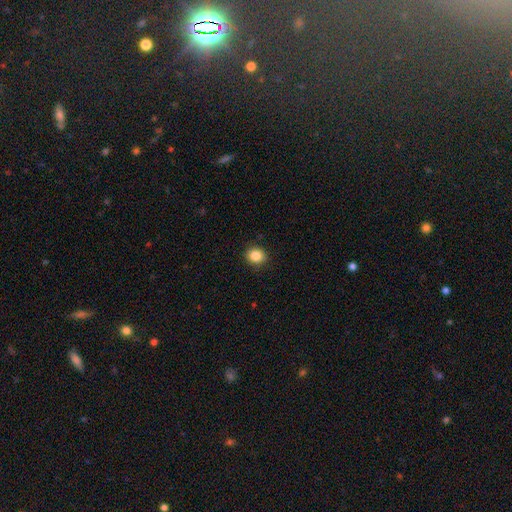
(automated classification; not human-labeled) This appears to be a smooth galaxy with no disk features (87%) that is round (70%). Merging: none (89%).